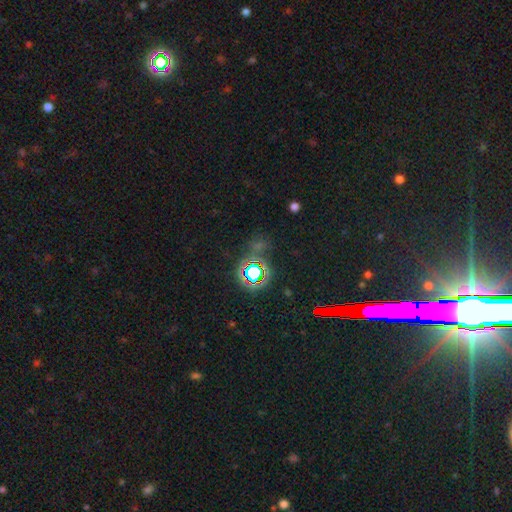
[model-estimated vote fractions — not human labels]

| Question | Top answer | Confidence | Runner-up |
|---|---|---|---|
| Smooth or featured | star or artifact | 74% | featured or disk (13%) |